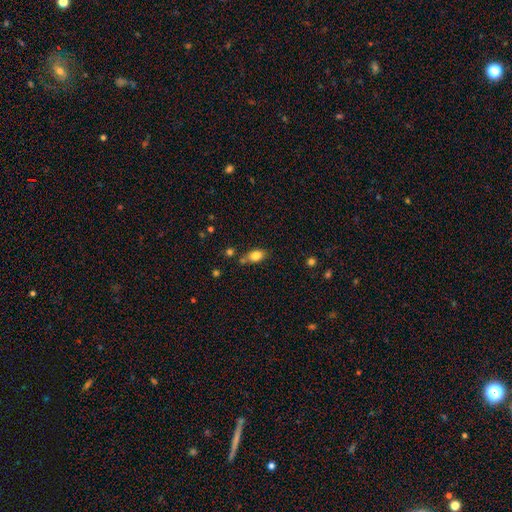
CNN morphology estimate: Smooth or featured? smooth (82%)
How rounded? in between (82%)
Merging? none (64%)